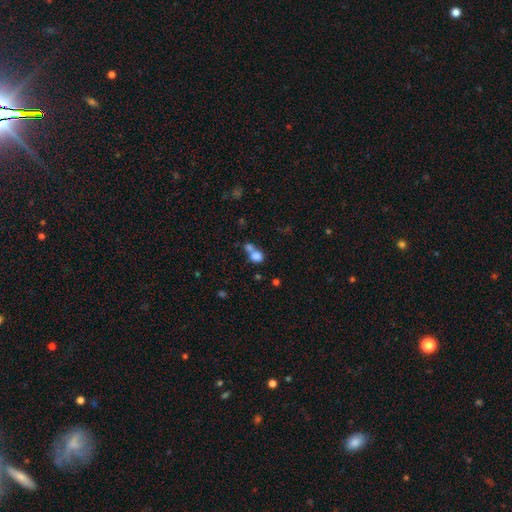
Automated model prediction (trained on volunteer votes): smooth 78%, star or artifact 11%, featured or disk 10%. Down the decision tree: how rounded — round (52%); merging — merger (58%).